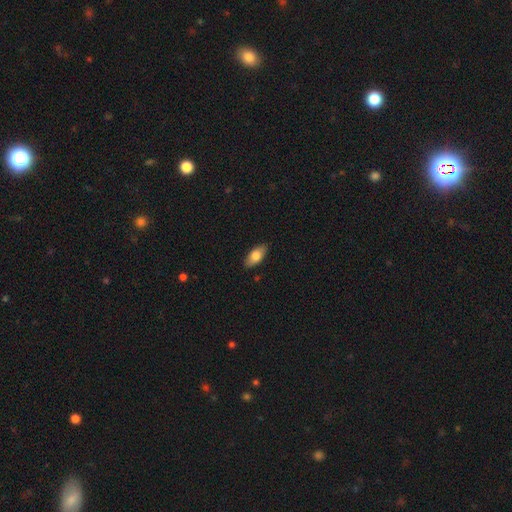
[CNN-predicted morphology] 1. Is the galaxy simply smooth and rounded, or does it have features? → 76% smooth, 18% featured or disk, 6% star or artifact.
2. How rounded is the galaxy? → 87% in between, 10% cigar-shaped, 3% round.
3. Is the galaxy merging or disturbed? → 87% none, 10% minor disturbance, 2% major disturbance, 1% merger.